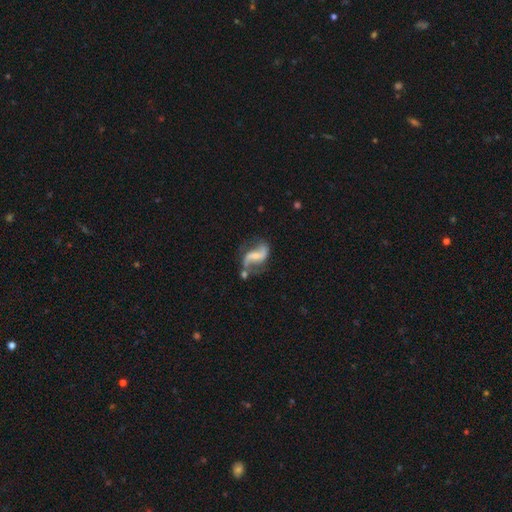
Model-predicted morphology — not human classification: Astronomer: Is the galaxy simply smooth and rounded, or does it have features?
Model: featured or disk — 84%.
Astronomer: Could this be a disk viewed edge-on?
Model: no — 97%.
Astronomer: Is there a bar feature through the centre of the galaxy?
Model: weak — 41% (runner-up: strong, 31%).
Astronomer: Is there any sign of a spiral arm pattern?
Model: yes — 95%.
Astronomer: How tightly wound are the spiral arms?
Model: loose — 68%.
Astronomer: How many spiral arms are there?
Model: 2 — 91%.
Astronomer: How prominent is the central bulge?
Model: small — 47% (runner-up: moderate, 27%).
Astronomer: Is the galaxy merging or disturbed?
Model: none — 56%.